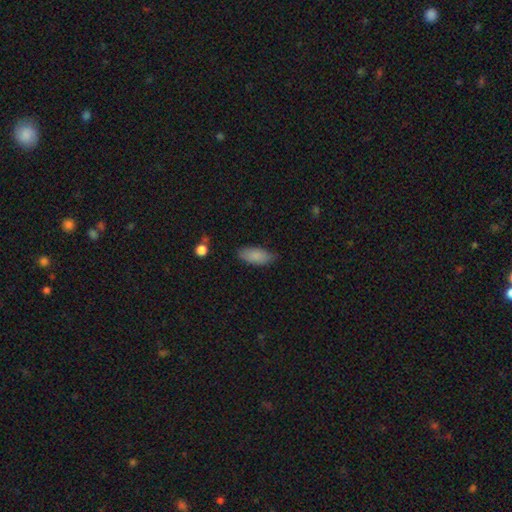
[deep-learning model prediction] A smooth galaxy with no disk features (86%) that is in between round and cigar-shaped (87%).

Vote fractions:
- Smooth or featured? smooth: 86% / featured or disk: 8% / star or artifact: 7%
- How rounded? in between: 87% / cigar-shaped: 11% / round: 2%
- Merging? none: 78% / minor disturbance: 18% / major disturbance: 3% / merger: 1%